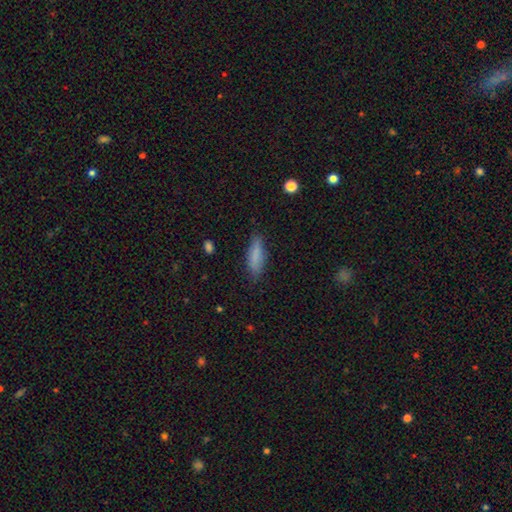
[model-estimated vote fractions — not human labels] Morphology: type=smooth (81%); roundness=cigar-shaped (55%); merging=none (80%).